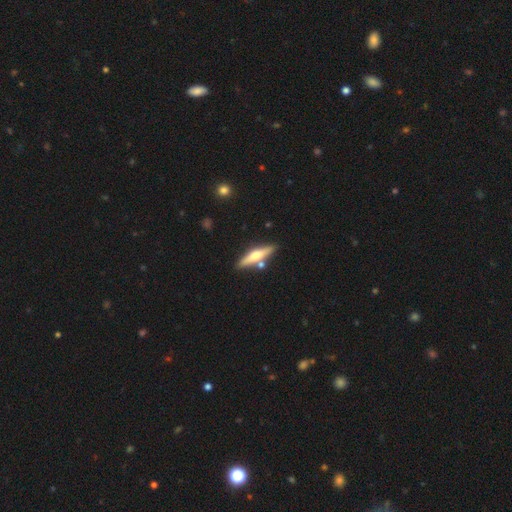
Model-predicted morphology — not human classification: smooth-or-featured: featured or disk: 58% | smooth: 36% | star or artifact: 6%
  disk-edge-on: yes: 95% | no: 5%
    edge-on-bulge: rounded: 92% | boxy: 4% | none: 4%
  merging: none: 79% | minor disturbance: 9% | merger: 9% | major disturbance: 2%